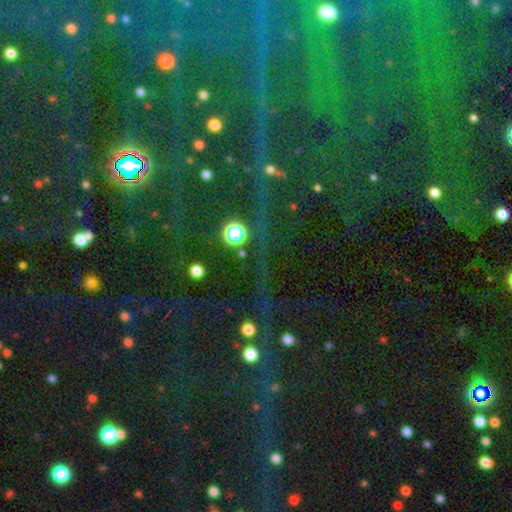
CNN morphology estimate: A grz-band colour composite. It shows a star or artifact, not a galaxy (77%).